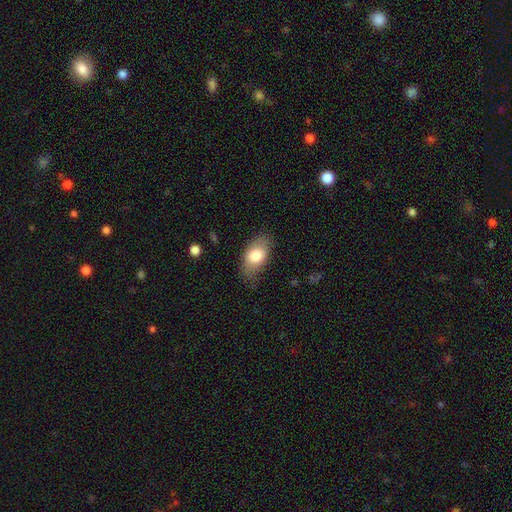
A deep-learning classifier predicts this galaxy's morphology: Smooth or featured: smooth — 78% (featured or disk — 16%)
How rounded: in between — 90% (round — 7%)
Merging: none — 70% (minor disturbance — 22%)